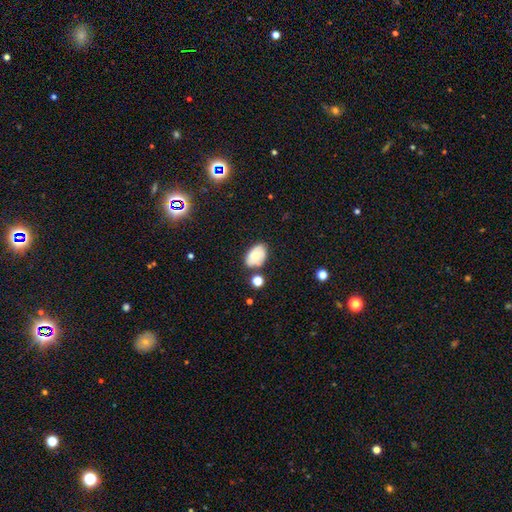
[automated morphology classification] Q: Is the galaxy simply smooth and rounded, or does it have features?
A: smooth — 74%.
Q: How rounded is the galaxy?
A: in between — 89%.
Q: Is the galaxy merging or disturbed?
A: none — 66%.